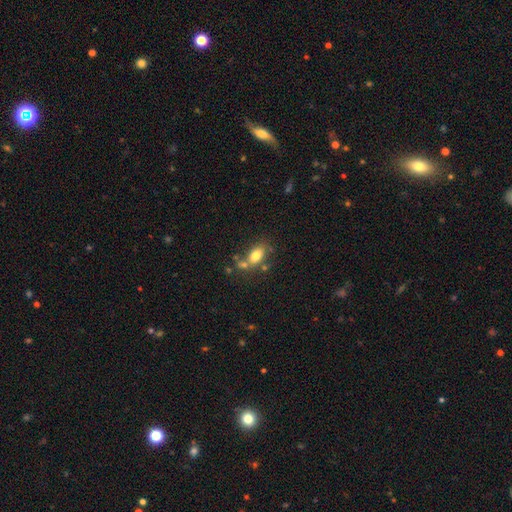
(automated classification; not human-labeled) A smooth galaxy with no disk features (76%) that is in between round and cigar-shaped (83%).

Vote fractions:
- Smooth or featured? smooth: 76% / featured or disk: 14% / star or artifact: 10%
- How rounded? in between: 83% / round: 13% / cigar-shaped: 5%
- Merging? none: 54% / merger: 24% / minor disturbance: 16% / major disturbance: 6%